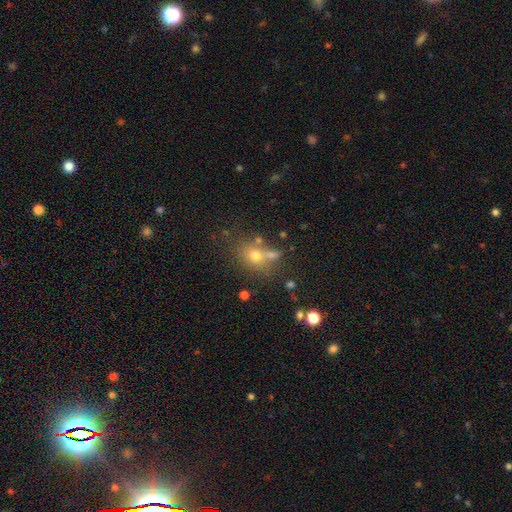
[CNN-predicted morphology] Overall: smooth (67%). How rounded: round (55%; in between 43%). Merging: none (57%; merger 22%).